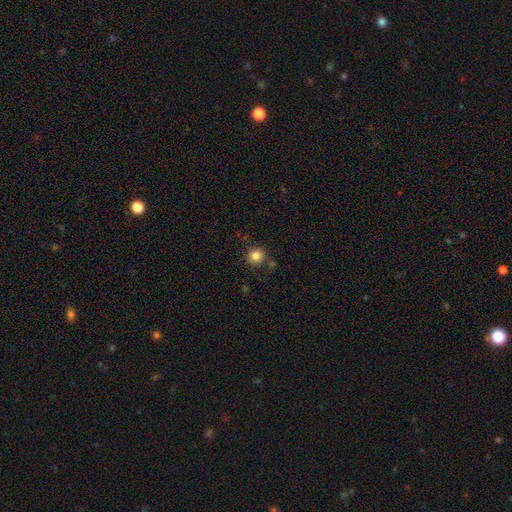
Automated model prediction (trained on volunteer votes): A smooth galaxy with no disk features (83%) that is round (94%). Merging: none (82%).